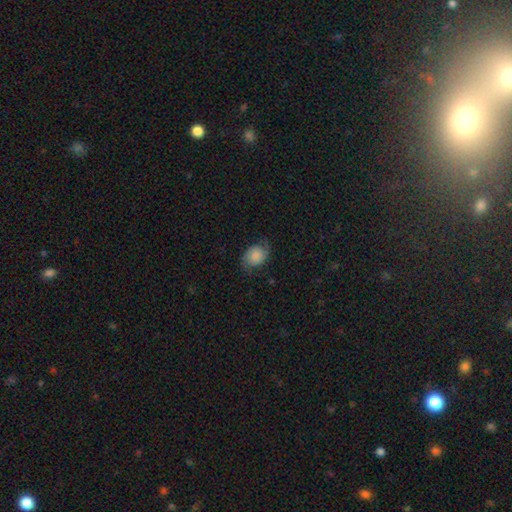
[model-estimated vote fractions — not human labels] This appears to be a smooth galaxy with no disk features (46%). Merging: none (69%).